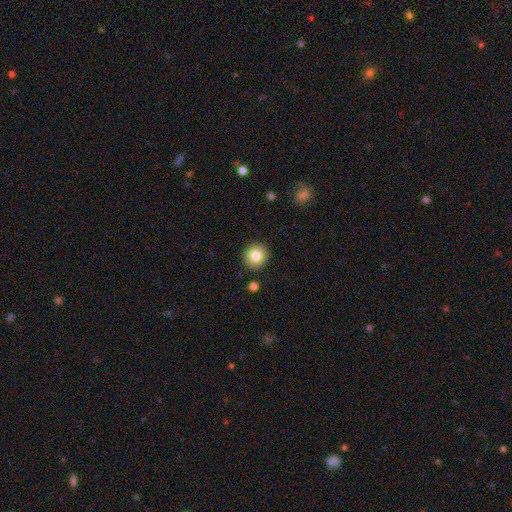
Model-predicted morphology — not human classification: The model was most divided on "smooth or featured": smooth: 83%, star or artifact: 9%, featured or disk: 8%. More confident: how rounded — round (93%); merging — none (91%).